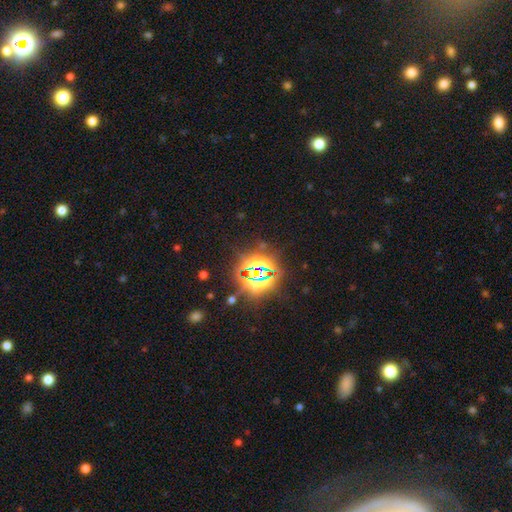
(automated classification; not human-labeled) Q: Smooth or featured?
A: star or artifact (75%); runner-up: smooth (13%)